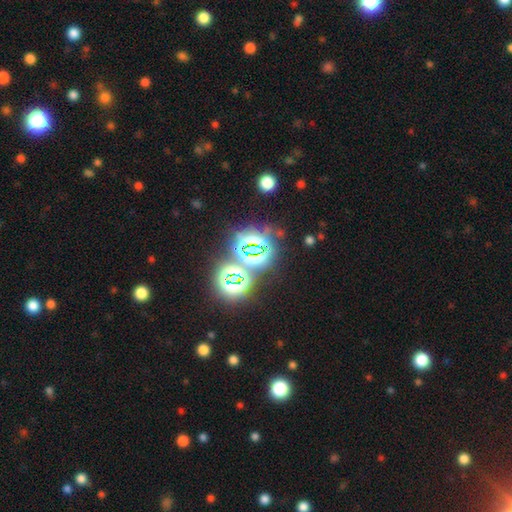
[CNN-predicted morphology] Smooth or featured?
  - star or artifact: 77% *
  - smooth: 15%
  - featured or disk: 8%